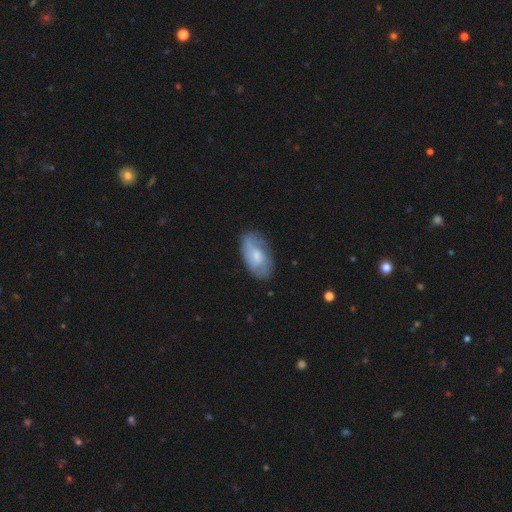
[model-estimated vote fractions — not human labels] Smooth or featured: featured or disk — 48% (smooth — 46%)
Merging: none — 70% (minor disturbance — 22%)